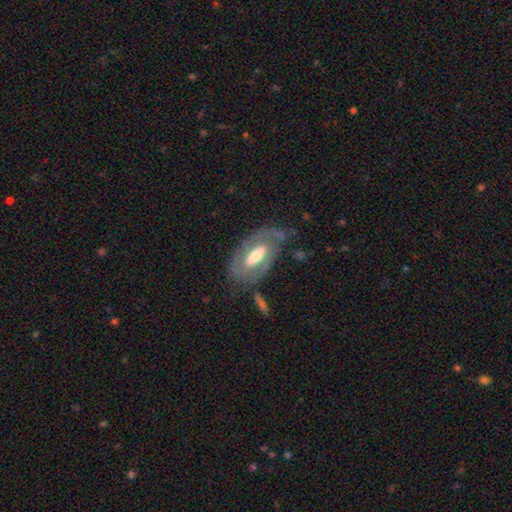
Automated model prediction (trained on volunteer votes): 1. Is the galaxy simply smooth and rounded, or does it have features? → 72% featured or disk, 23% smooth, 5% star or artifact.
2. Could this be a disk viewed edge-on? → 91% no, 9% yes.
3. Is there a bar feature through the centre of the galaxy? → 36% weak (tied), 36% no (tied), 28% strong.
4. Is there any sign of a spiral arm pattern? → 65% yes, 35% no.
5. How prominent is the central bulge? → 59% moderate, 20% large, 18% small, 2% dominant, 1% none.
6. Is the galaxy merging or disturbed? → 61% none, 21% minor disturbance, 14% major disturbance, 4% merger.